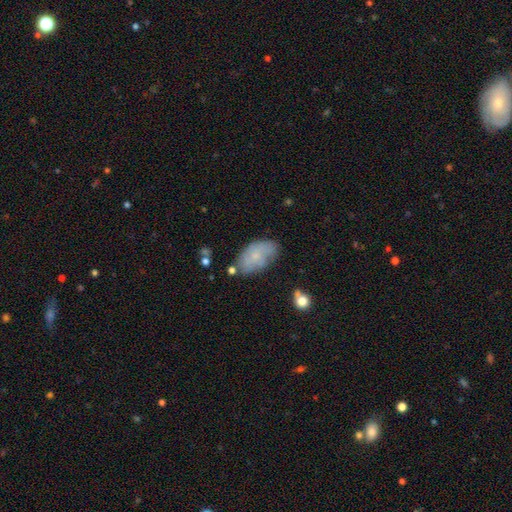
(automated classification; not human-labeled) Q: Smooth or featured?
A: smooth (57%); runner-up: featured or disk (35%)
Q: How rounded?
A: in between (93%); runner-up: round (5%)
Q: Merging?
A: none (62%); runner-up: minor disturbance (26%)